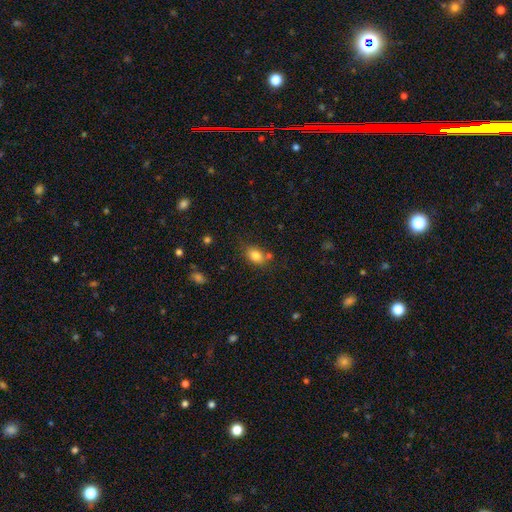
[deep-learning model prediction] Morphology: type=smooth (82%); roundness=in between (75%); merging=none (69%).